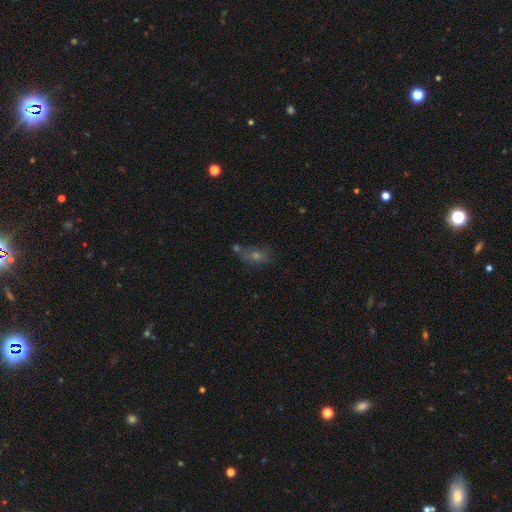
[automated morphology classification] Overall: smooth (54%; star or artifact 24%). How rounded: in between (69%). Merging: none (61%).